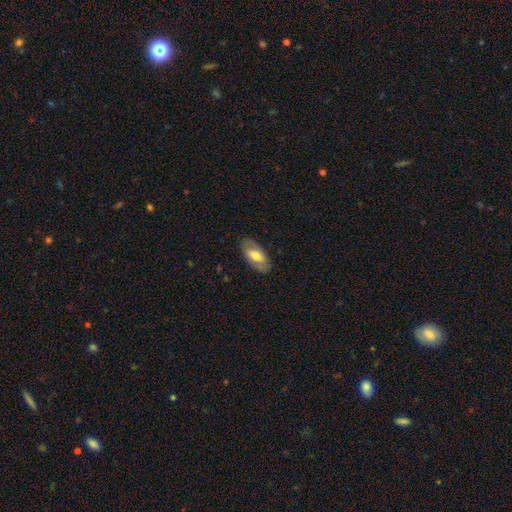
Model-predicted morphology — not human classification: This is likely a smooth galaxy (62%). How rounded: clearly in between (90%). Merging: clearly none (84%).